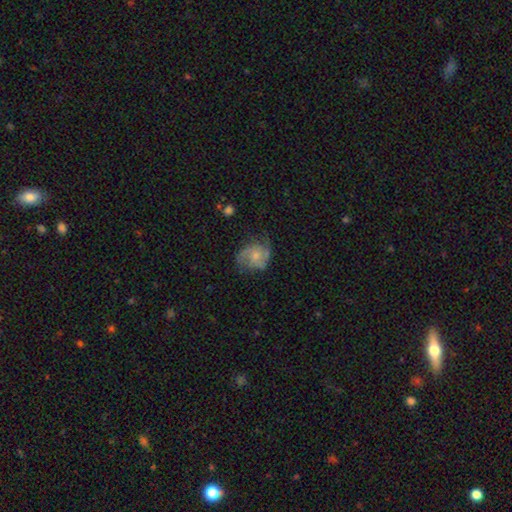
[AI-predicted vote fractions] A featured or disk galaxy (67%) with no bar (70%), 2 (62%) medium (48%) spiral arms (88%) and a small central bulge (54%).

Vote fractions:
- Smooth or featured? featured or disk: 67% / smooth: 26% / star or artifact: 7%
- Edge-on disk? no: 98% / yes: 2%
- Bar? no: 70% / weak: 27% / strong: 4%
- Spiral arms? yes: 88% / no: 12%
- Spiral winding? medium: 48% / loose: 30% / tight: 22%
- Spiral arm count? 2: 62% / can't tell: 15% / 3: 13% / 1: 4% / 4: 3% / more than 4: 3%
- Bulge size? small: 54% / moderate: 31% / none: 11% / large: 3% / dominant: 1%
- Merging? none: 55% / minor disturbance: 26% / major disturbance: 17% / merger: 2%